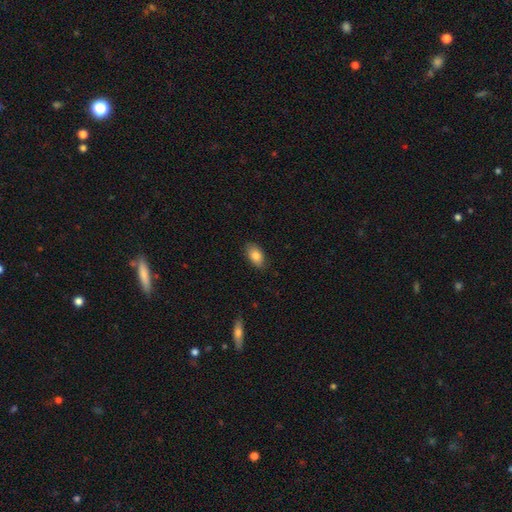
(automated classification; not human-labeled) Smooth or featured? Predicted: smooth (p=0.83). How rounded? Predicted: in between (p=0.92). Merging? Predicted: none (p=0.86).